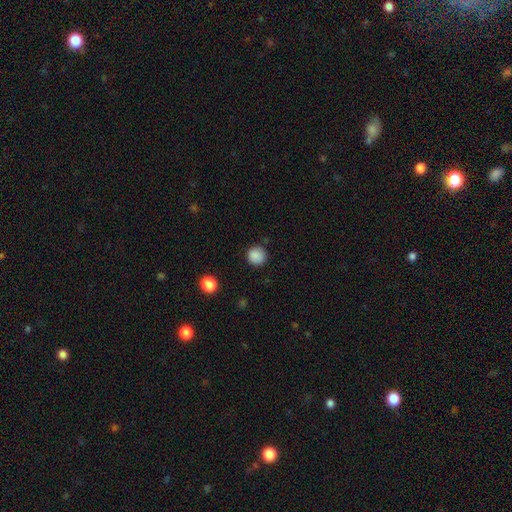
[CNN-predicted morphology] Smooth or featured? Predicted: smooth (p=0.87). How rounded? Predicted: round (p=0.93). Merging? Predicted: none (p=0.87).